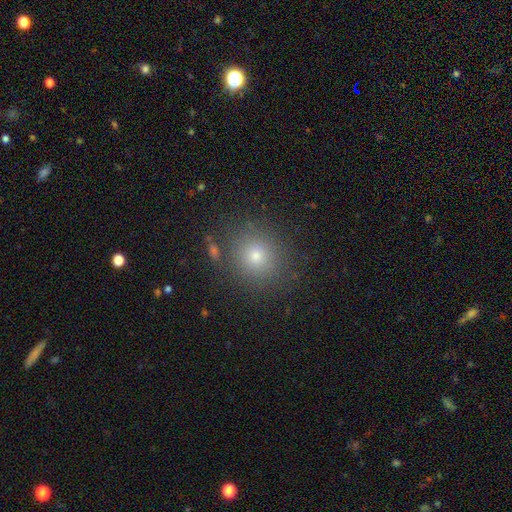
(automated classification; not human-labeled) smooth 73%, star or artifact 18%, featured or disk 9%. Down the decision tree: how rounded — round (86%); merging — none (85%).